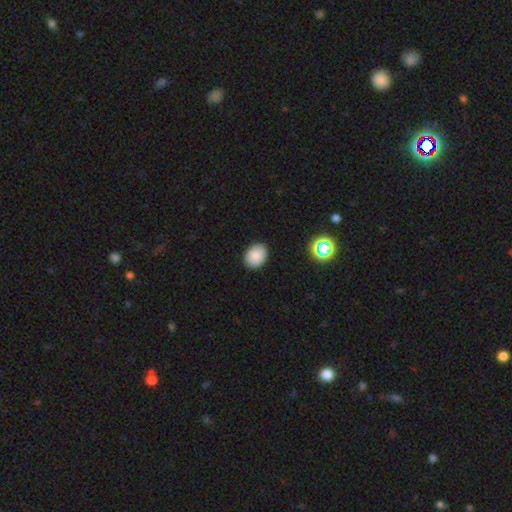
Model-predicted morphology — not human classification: Smooth or featured?
  - smooth: 84% *
  - star or artifact: 10%
  - featured or disk: 6%
How rounded?
  - in between: 58% *
  - round: 41%
  - cigar-shaped: 1%
Merging?
  - none: 87% *
  - minor disturbance: 9%
  - major disturbance: 2%
  - merger: 1%